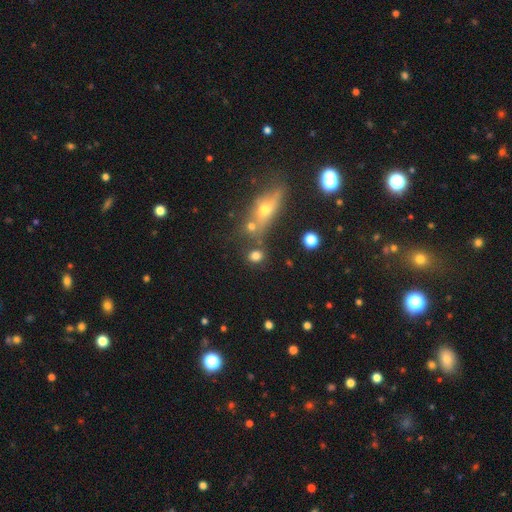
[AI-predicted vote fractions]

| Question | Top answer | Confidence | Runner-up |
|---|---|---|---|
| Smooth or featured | smooth | 77% | star or artifact (14%) |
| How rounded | round | 59% | in between (38%) |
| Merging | none | 67% | merger (17%) |